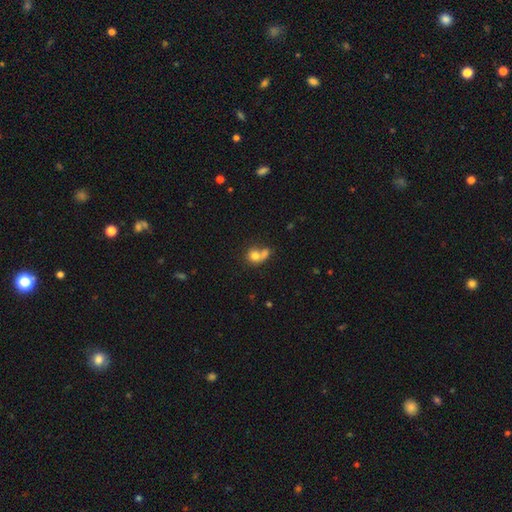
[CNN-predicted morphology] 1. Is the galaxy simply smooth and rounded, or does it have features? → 75% smooth, 15% featured or disk, 10% star or artifact.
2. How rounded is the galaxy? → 69% round, 30% in between, 1% cigar-shaped.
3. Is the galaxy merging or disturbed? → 55% merger, 28% none, 10% minor disturbance, 7% major disturbance.